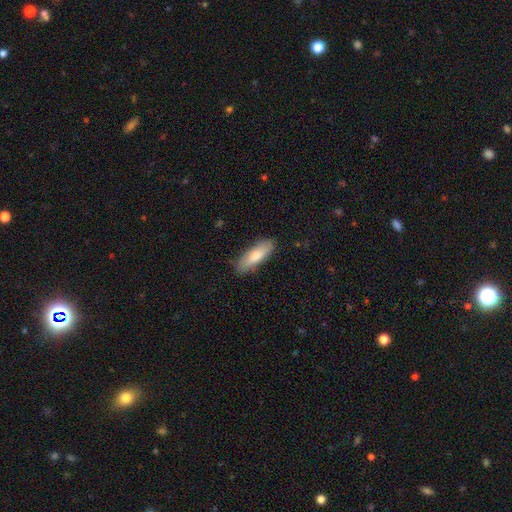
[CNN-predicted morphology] This is likely a smooth galaxy (73%). How rounded: possibly in between (51%). Merging: clearly none (86%).